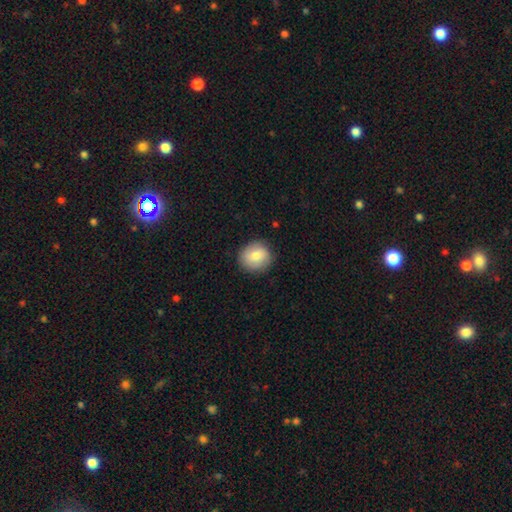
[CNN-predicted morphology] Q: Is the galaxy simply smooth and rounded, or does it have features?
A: smooth — 76%.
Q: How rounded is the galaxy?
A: round — 86%.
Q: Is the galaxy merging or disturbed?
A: none — 86%.